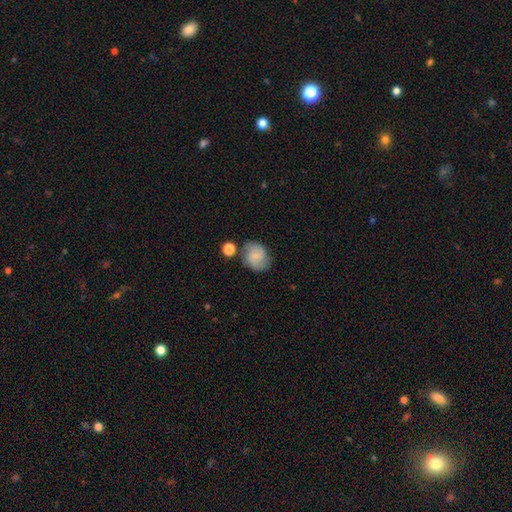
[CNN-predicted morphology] Smooth or featured?
  - smooth: 68% *
  - featured or disk: 23%
  - star or artifact: 9%
How rounded?
  - round: 55% *
  - in between: 44%
  - cigar-shaped: 1%
Merging?
  - none: 69% *
  - minor disturbance: 19%
  - merger: 7%
  - major disturbance: 5%